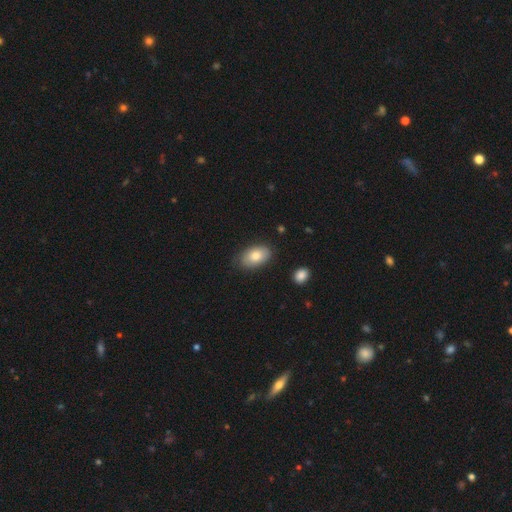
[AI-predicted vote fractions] smooth-or-featured: smooth: 80% | featured or disk: 14% | star or artifact: 7%
  how-rounded: in between: 92% | round: 7% | cigar-shaped: 1%
  merging: none: 80% | minor disturbance: 15% | major disturbance: 3% | merger: 2%